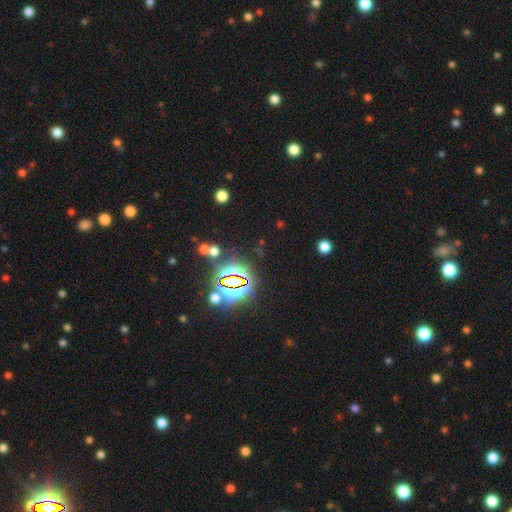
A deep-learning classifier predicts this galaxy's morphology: This appears to be a star or artifact, not a galaxy (81%).